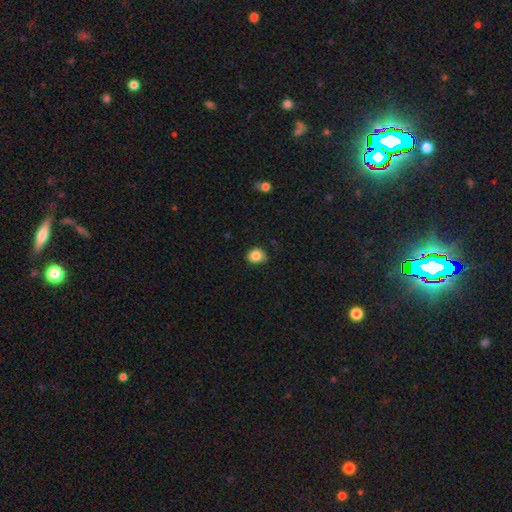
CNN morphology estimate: smooth-or-featured: smooth: 85% | star or artifact: 10% | featured or disk: 6%
  how-rounded: round: 64% | in between: 35% | cigar-shaped: 1%
  merging: none: 76% | minor disturbance: 19% | major disturbance: 3% | merger: 1%